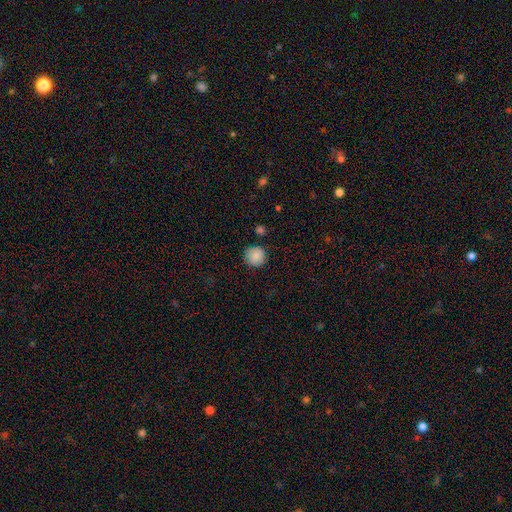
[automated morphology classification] A smooth galaxy with no disk features (87%) that is round (93%).

Vote fractions:
- Smooth or featured? smooth: 87% / star or artifact: 8% / featured or disk: 5%
- How rounded? round: 93% / in between: 6% / cigar-shaped: 1%
- Merging? none: 84% / minor disturbance: 11% / major disturbance: 3% / merger: 2%